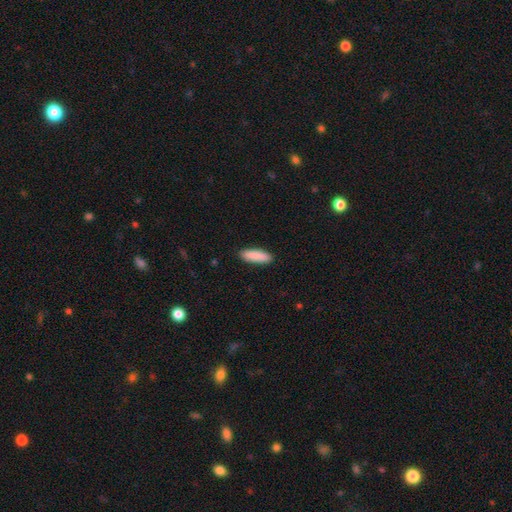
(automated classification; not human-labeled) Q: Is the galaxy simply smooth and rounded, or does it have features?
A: smooth — 89%.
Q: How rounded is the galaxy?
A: cigar-shaped — 52%.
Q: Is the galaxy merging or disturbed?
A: none — 90%.